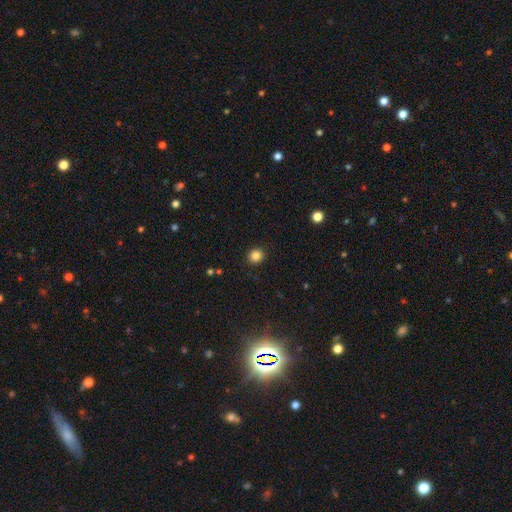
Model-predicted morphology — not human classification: This is clearly a smooth galaxy (85%). How rounded: clearly round (86%). Merging: clearly none (91%).